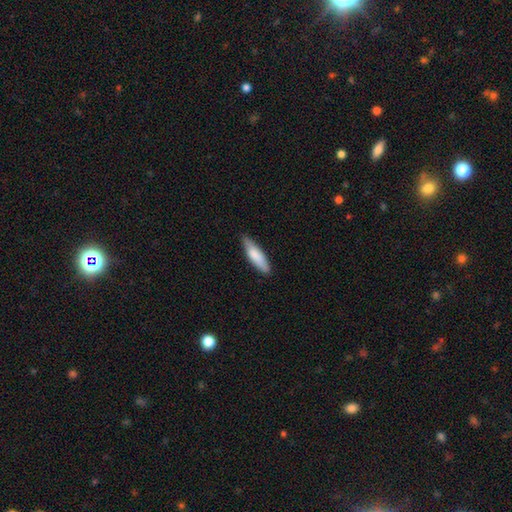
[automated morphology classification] Smooth or featured? Predicted: smooth (p=0.80). How rounded? Predicted: cigar-shaped (p=0.63). Merging? Predicted: none (p=0.80).